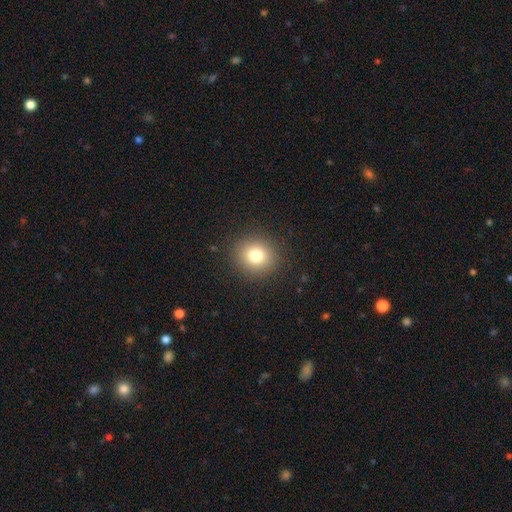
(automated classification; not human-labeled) A smooth galaxy with no disk features (79%) that is round (84%). Merging: none (90%).